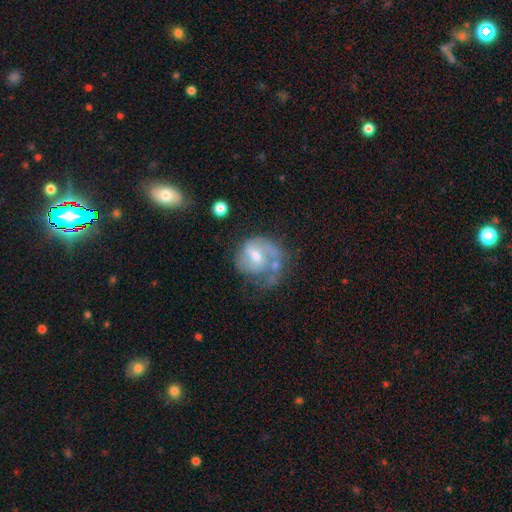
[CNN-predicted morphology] A featured or disk galaxy (65%) with a weak bar (49%), spiral arms (76%) and a moderate central bulge (54%).

Vote fractions:
- Smooth or featured? featured or disk: 65% / smooth: 27% / star or artifact: 8%
- Edge-on disk? no: 97% / yes: 3%
- Bar? weak: 49% / no: 38% / strong: 13%
- Spiral arms? yes: 76% / no: 24%
- Bulge size? moderate: 54% / small: 38% / none: 3% / large: 3% / dominant: 1%
- Merging? none: 36% / major disturbance: 26% / minor disturbance: 24% / merger: 14%